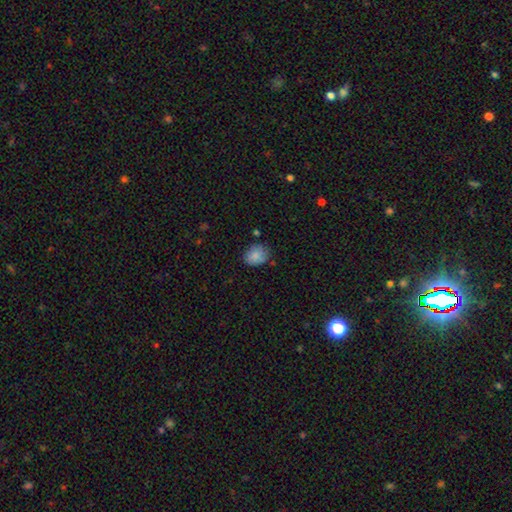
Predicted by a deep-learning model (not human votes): A smooth galaxy with no disk features (86%) that is round (53%). Merging: none (73%).